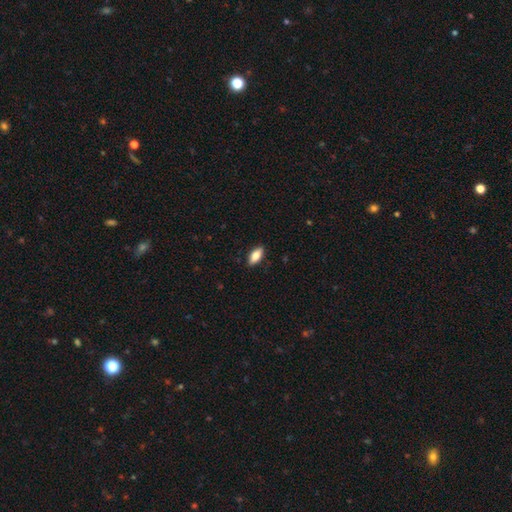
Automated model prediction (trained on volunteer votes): This appears to be a smooth galaxy with no disk features (81%) that is in between round and cigar-shaped (86%). Merging: none (89%).